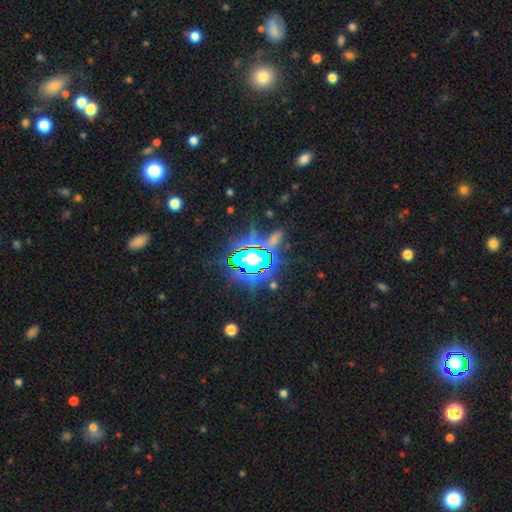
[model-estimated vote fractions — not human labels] Smooth or featured? star or artifact (82%)